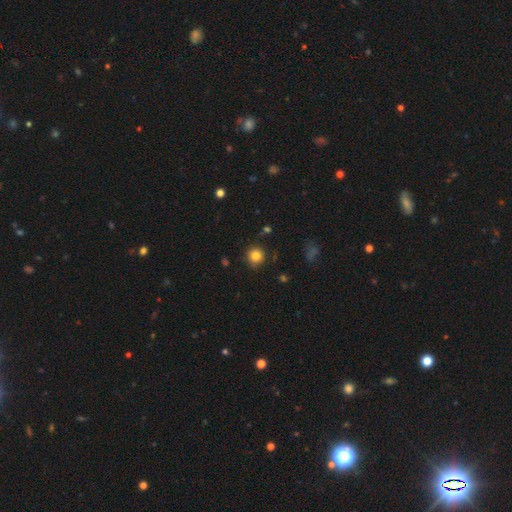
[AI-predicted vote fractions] Smooth or featured? smooth (83%)
How rounded? round (93%)
Merging? none (85%)